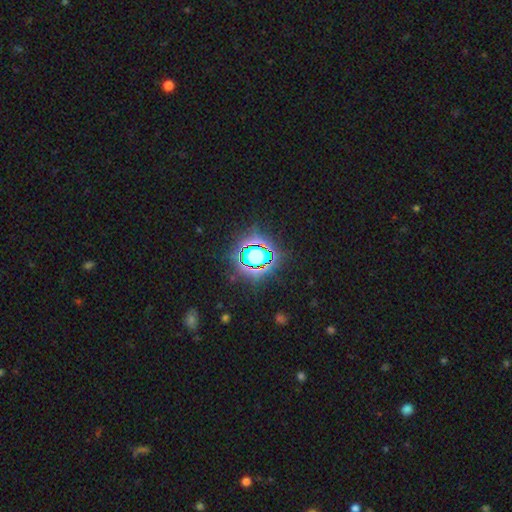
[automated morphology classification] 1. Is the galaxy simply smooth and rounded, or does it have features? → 69% star or artifact, 20% smooth, 11% featured or disk.